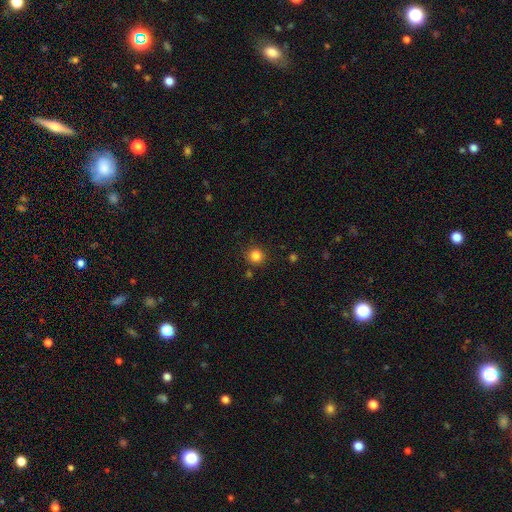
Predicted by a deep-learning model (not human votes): Q: Smooth or featured?
A: smooth (84%); runner-up: star or artifact (12%)
Q: How rounded?
A: round (92%); runner-up: in between (7%)
Q: Merging?
A: none (87%); runner-up: minor disturbance (8%)